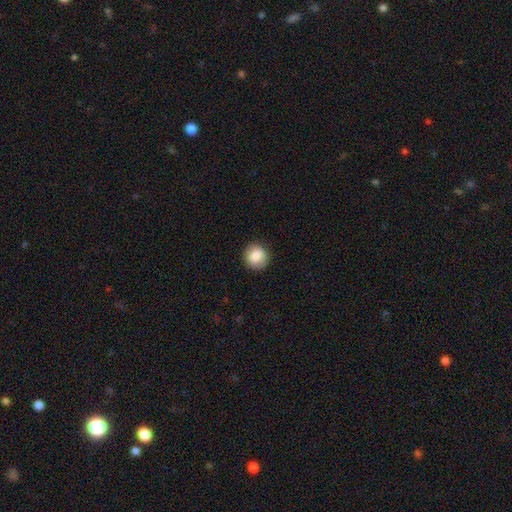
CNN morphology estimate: A smooth galaxy with no disk features (83%) that is round (90%).

Vote fractions:
- Smooth or featured? smooth: 83% / featured or disk: 9% / star or artifact: 8%
- How rounded? round: 90% / in between: 10% / cigar-shaped: 1%
- Merging? none: 90% / minor disturbance: 7% / major disturbance: 2% / merger: 1%